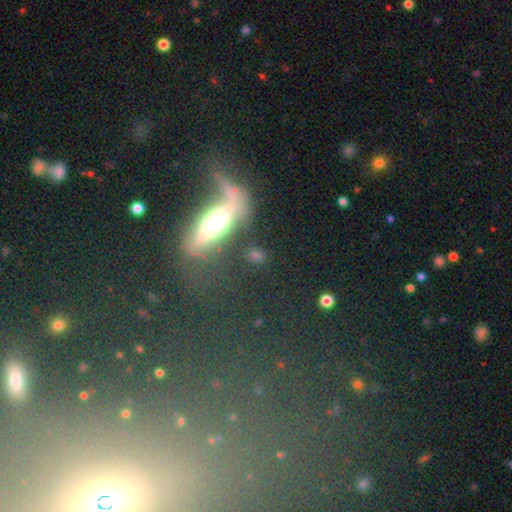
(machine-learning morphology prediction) Smooth or featured? smooth (44%)
Merging? none (58%)